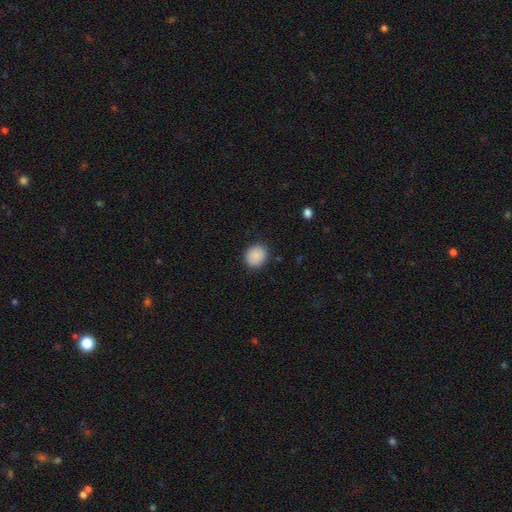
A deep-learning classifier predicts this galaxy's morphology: The model was most divided on "how rounded": round: 82%, in between: 17%, cigar-shaped: 1%. More confident: merging — none (90%); smooth or featured — smooth (89%).